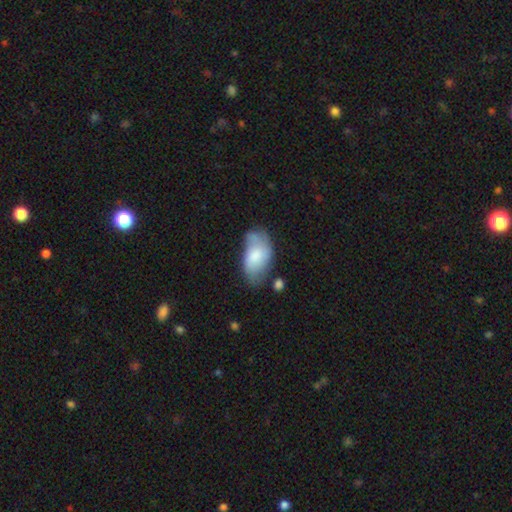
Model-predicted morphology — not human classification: smooth_or_featured: smooth (p=0.70) [alt: featured or disk p=0.23]
how_rounded: in between (p=0.94) [alt: round p=0.04]
merging: none (p=0.41) [alt: minor disturbance p=0.35]